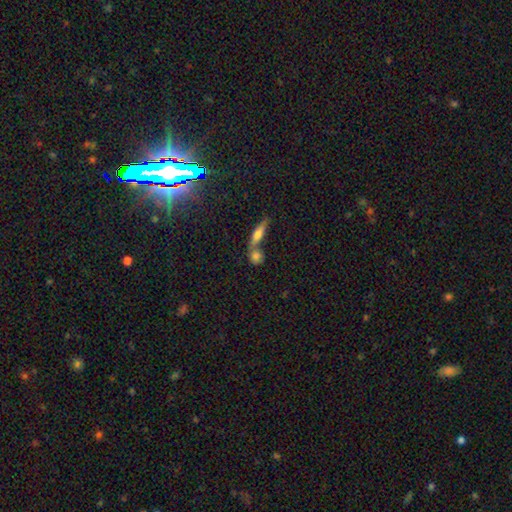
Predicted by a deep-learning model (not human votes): smooth_or_featured: smooth (p=0.67) [alt: featured or disk p=0.21]
how_rounded: round (p=0.46) [alt: in between p=0.34]
merging: none (p=0.48) [alt: merger p=0.39]